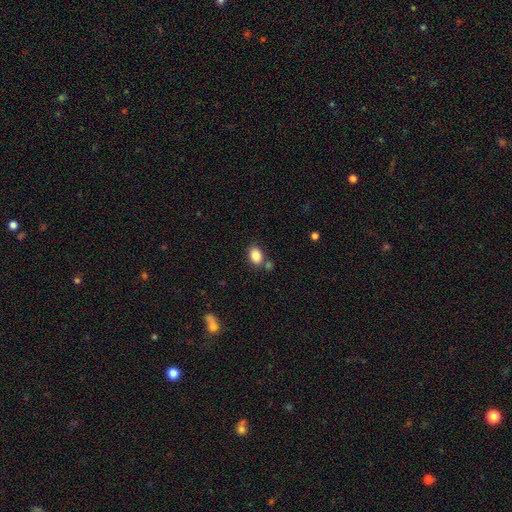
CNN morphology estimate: Overall: smooth (85%). How rounded: in between (71%). Merging: none (70%).